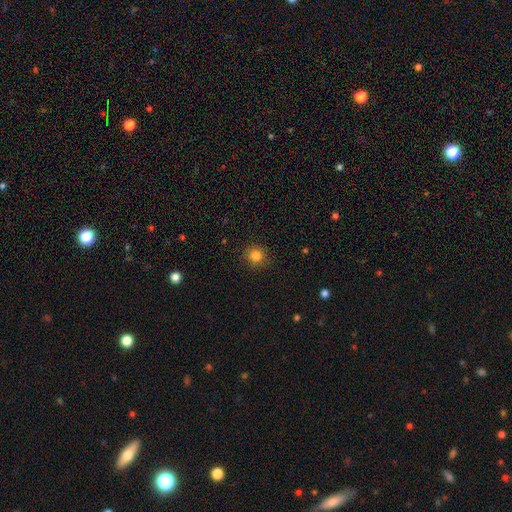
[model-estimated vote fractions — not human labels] This appears to be a smooth galaxy with no disk features (83%) that is round (92%). Merging: none (90%).